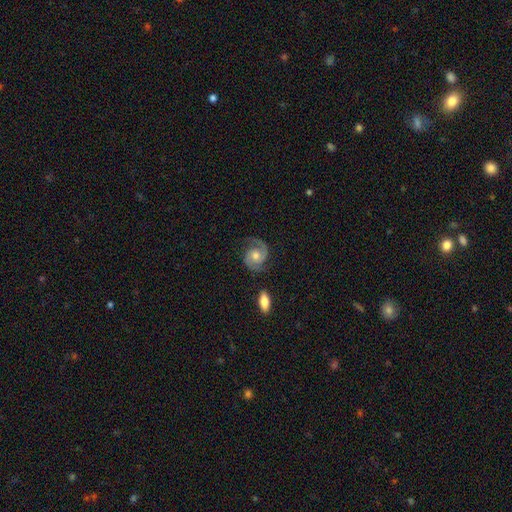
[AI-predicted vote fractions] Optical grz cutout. It shows a featured or disk galaxy (88%) with no bar (67%), 2 (91%) medium (52%) spiral arms (98%) and a moderate central bulge (67%). Merging: none (79%).